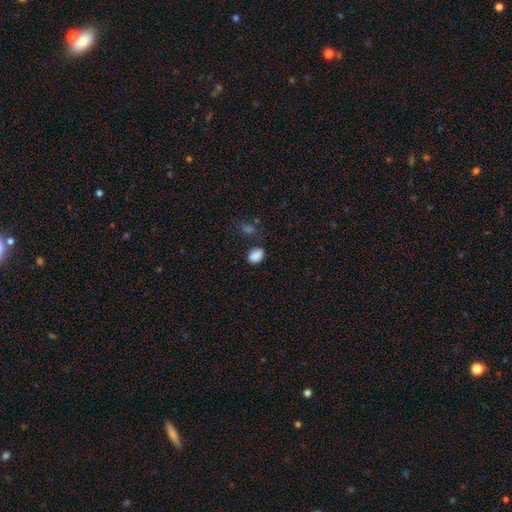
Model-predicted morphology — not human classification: smooth_or_featured: smooth (p=0.86) [alt: star or artifact p=0.10]
how_rounded: in between (p=0.76) [alt: round p=0.22]
merging: none (p=0.74) [alt: minor disturbance p=0.17]